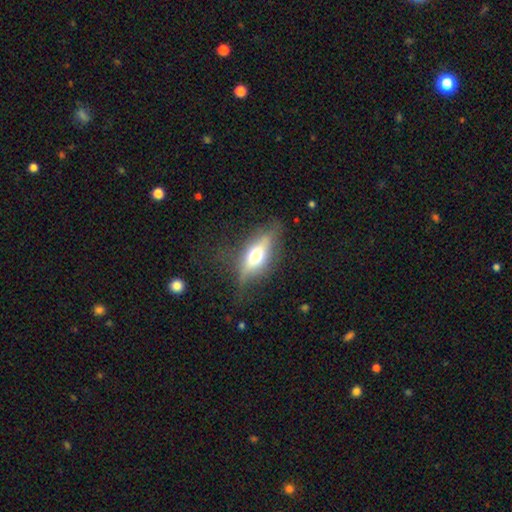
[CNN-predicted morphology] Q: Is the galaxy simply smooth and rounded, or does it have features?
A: smooth — 46%, tied with featured or disk.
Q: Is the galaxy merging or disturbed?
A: none — 65%.